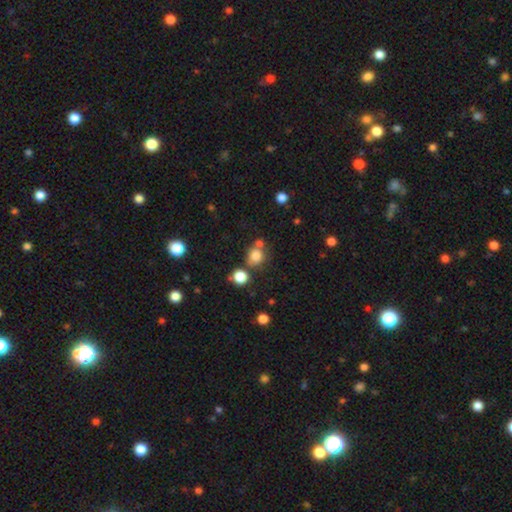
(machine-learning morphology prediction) A smooth galaxy with no disk features (79%) that is round (82%).

Vote fractions:
- Smooth or featured? smooth: 79% / star or artifact: 14% / featured or disk: 7%
- How rounded? round: 82% / in between: 17% / cigar-shaped: 1%
- Merging? none: 63% / merger: 21% / minor disturbance: 12% / major disturbance: 5%